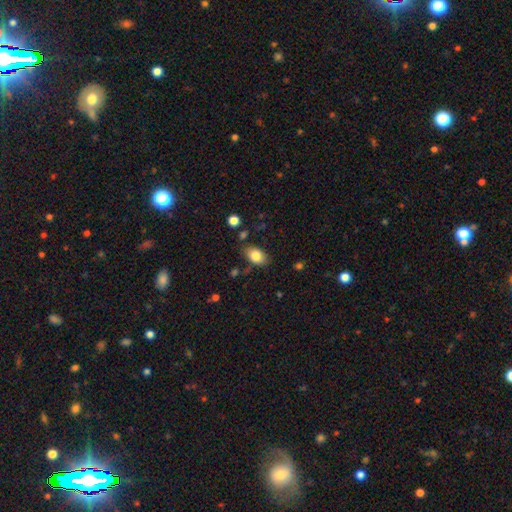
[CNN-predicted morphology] Smooth or featured: smooth — 83% (featured or disk — 9%)
How rounded: in between — 87% (round — 11%)
Merging: none — 79% (minor disturbance — 14%)